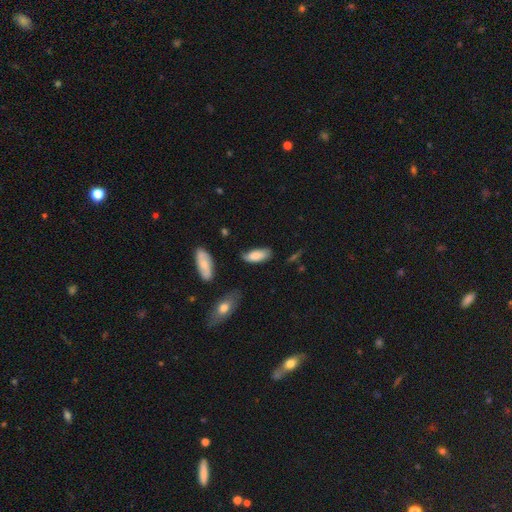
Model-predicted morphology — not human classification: type=smooth (77%); roundness=in between (83%); merging=none (58%).